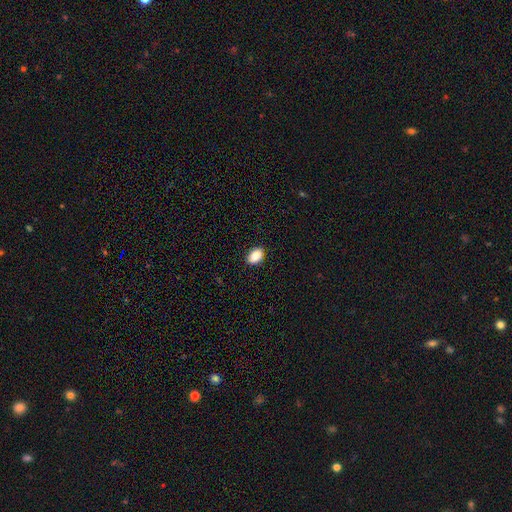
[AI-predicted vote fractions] Overall: smooth (89%). How rounded: in between (88%). Merging: none (88%).